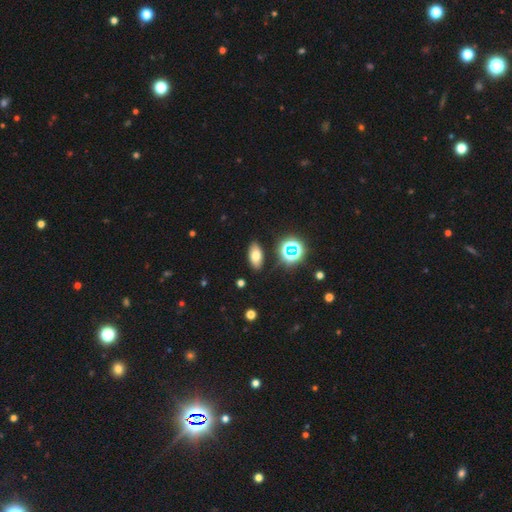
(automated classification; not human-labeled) A smooth galaxy with no disk features (69%) that is in between round and cigar-shaped (86%). Merging: none (86%).